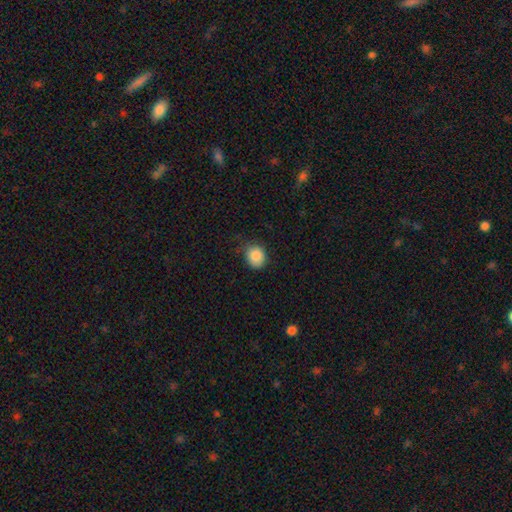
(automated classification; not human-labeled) smooth_or_featured: smooth (p=0.86) [alt: star or artifact p=0.09]
how_rounded: round (p=0.65) [alt: in between p=0.35]
merging: none (p=0.70) [alt: minor disturbance p=0.24]